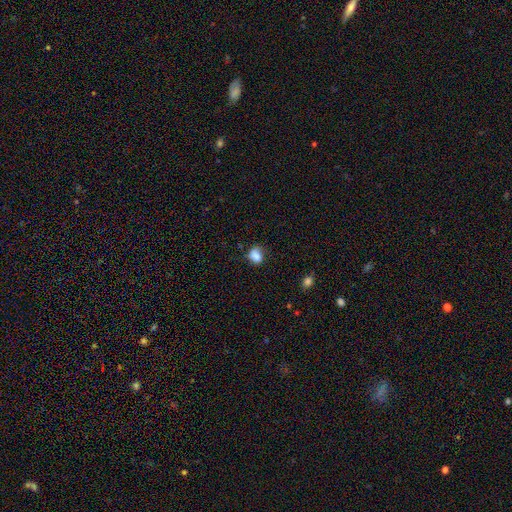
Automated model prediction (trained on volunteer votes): A smooth galaxy with no disk features (82%) that is in between round and cigar-shaped (58%). Merging: none (57%).